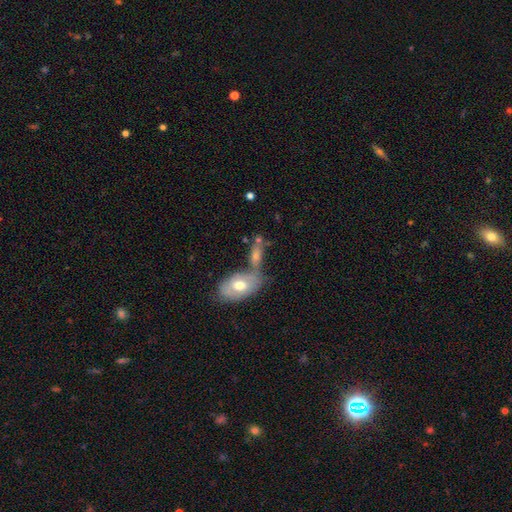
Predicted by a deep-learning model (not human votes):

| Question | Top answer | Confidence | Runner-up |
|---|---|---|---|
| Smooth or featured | smooth | 54% | featured or disk (36%) |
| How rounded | in between | 80% | cigar-shaped (11%) |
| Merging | merger | 44% | none (36%) |